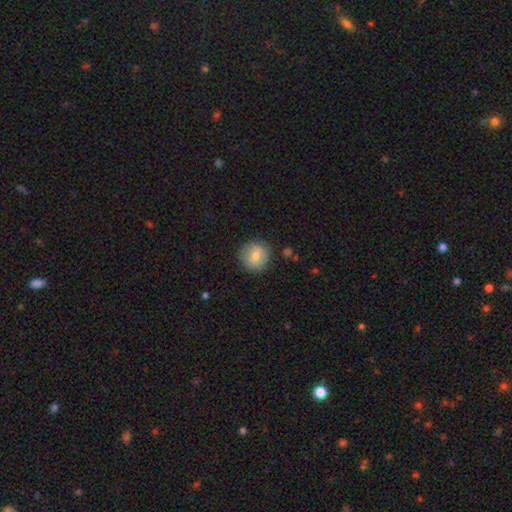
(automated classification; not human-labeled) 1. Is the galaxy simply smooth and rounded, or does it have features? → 75% smooth, 17% featured or disk, 8% star or artifact.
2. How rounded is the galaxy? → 90% round, 9% in between, 1% cigar-shaped.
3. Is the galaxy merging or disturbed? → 85% none, 10% minor disturbance, 3% major disturbance, 2% merger.